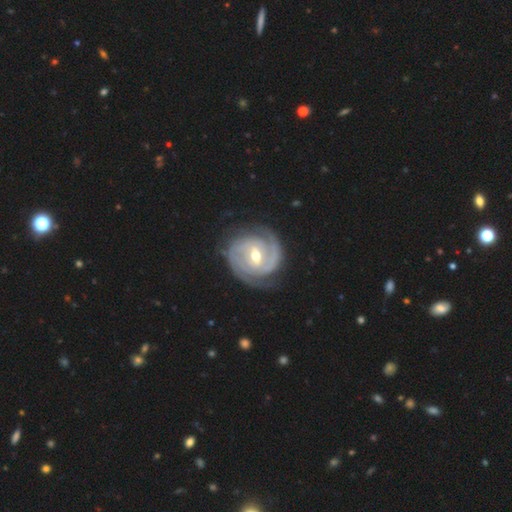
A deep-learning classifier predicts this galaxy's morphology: Smooth or featured? Predicted: featured or disk (p=0.90). Edge-on disk? Predicted: no (p=0.97). Bar? Predicted: weak (p=0.51). Spiral arms? Predicted: yes (p=0.98). Spiral winding? Predicted: tight (p=0.73). Spiral arm count? Predicted: 2 (p=0.61). Bulge size? Predicted: moderate (p=0.67). Merging? Predicted: none (p=0.79).